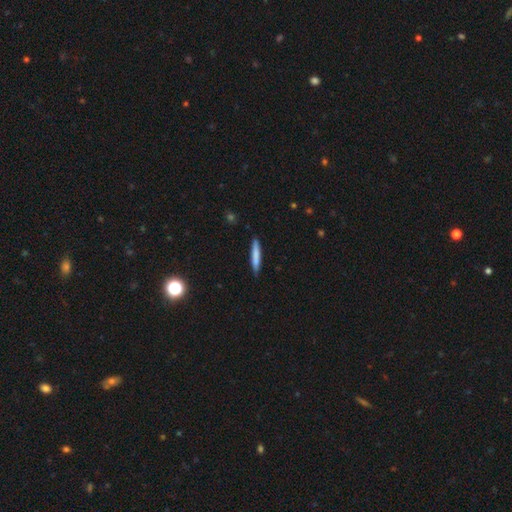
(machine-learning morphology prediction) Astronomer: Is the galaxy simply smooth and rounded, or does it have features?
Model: smooth — 75%.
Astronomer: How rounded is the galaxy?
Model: cigar-shaped — 93%.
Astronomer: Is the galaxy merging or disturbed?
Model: none — 88%.